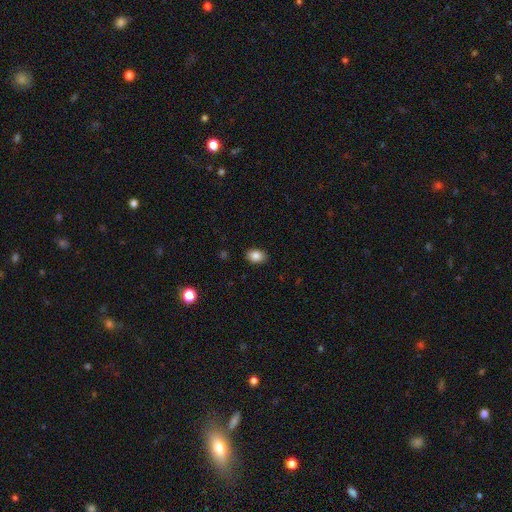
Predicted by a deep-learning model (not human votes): Morphology: type=smooth (86%); roundness=in between (79%); merging=none (88%).